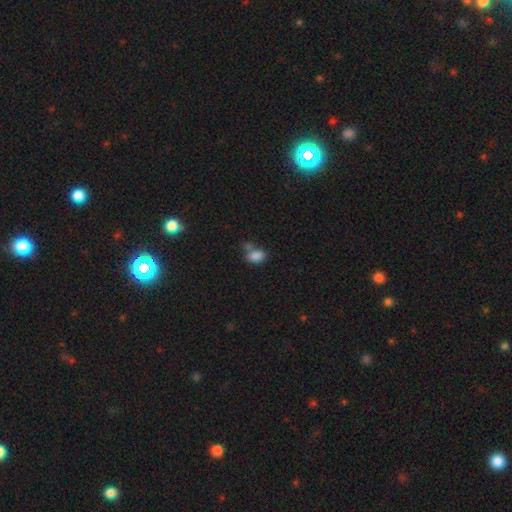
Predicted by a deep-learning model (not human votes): smooth_or_featured: smooth (p=0.83) [alt: star or artifact p=0.11]
how_rounded: in between (p=0.85) [alt: round p=0.14]
merging: none (p=0.46) [alt: merger p=0.29]